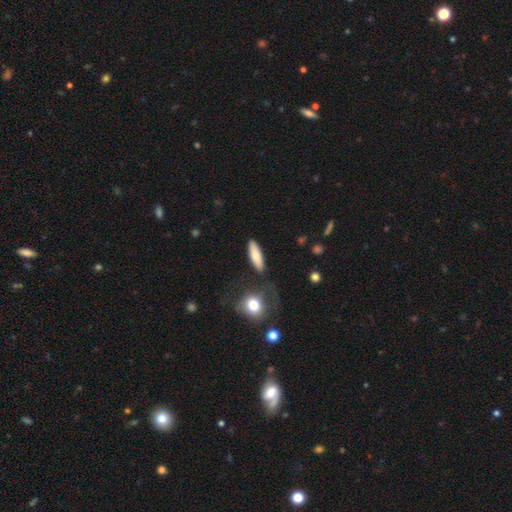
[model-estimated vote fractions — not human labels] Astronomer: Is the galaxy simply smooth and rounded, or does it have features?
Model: smooth — 76%.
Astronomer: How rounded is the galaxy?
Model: cigar-shaped — 56% (runner-up: in between, 41%).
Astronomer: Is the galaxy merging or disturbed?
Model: none — 82%.